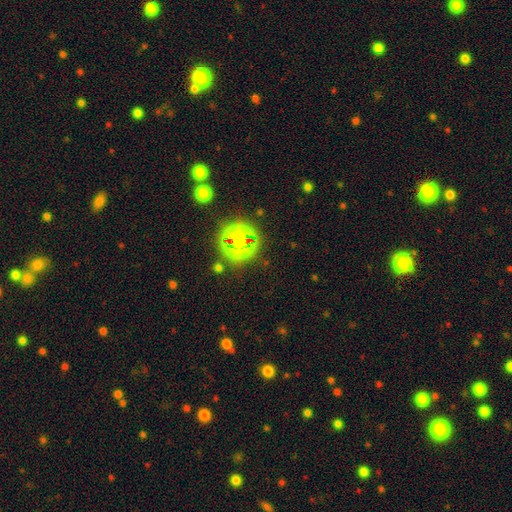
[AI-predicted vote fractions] Smooth or featured? star or artifact (72%)